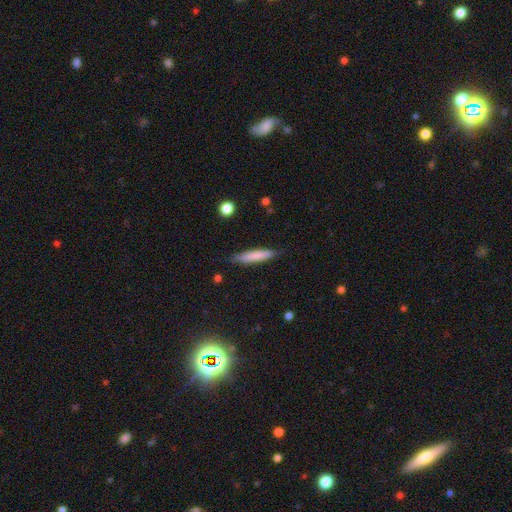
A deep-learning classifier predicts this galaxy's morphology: smooth_or_featured: smooth (p=0.74) [alt: featured or disk p=0.20]
how_rounded: cigar-shaped (p=0.89) [alt: in between p=0.09]
merging: none (p=0.82) [alt: minor disturbance p=0.14]